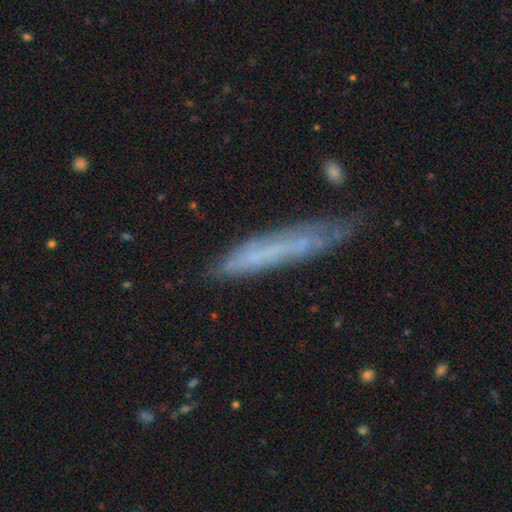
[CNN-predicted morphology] featured or disk 48%, smooth 43%, star or artifact 9%. Down the decision tree: merging — none (58%).